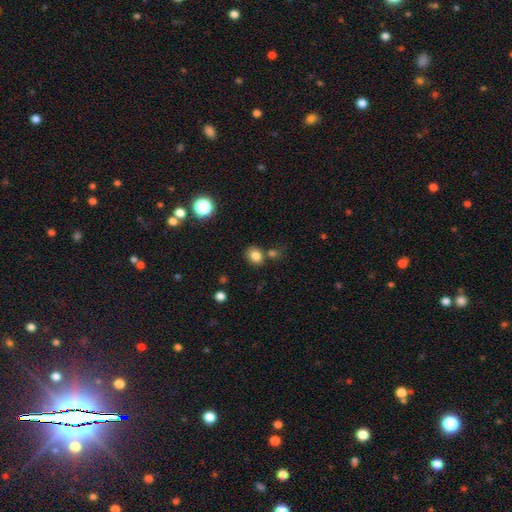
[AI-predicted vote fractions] Smooth or featured: smooth — 81% (star or artifact — 12%)
How rounded: round — 58% (in between — 41%)
Merging: none — 70% (merger — 14%)